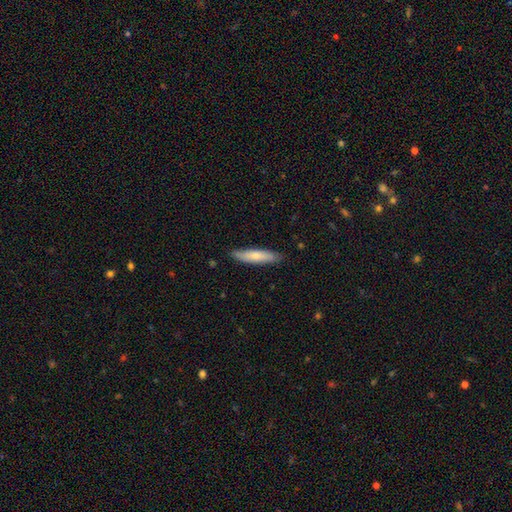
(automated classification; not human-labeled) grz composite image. It shows a smooth galaxy with no disk features (72%) that is cigar-shaped (81%). Merging: none (85%).